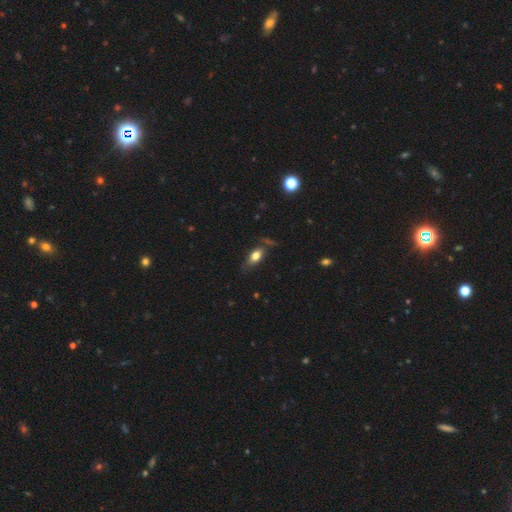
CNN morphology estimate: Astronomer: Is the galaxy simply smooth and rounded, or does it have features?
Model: smooth — 73%.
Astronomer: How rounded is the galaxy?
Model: in between — 83%.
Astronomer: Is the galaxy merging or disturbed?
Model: none — 66%.